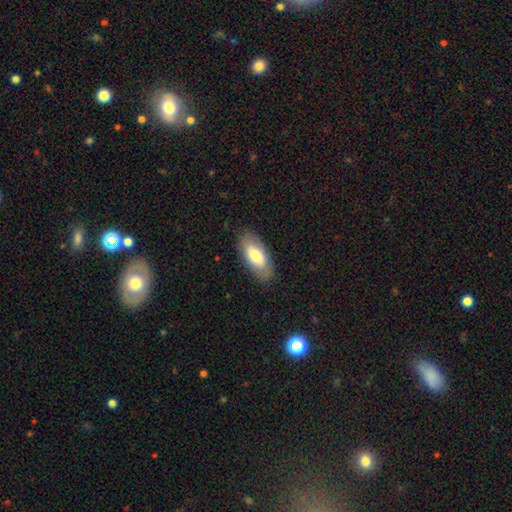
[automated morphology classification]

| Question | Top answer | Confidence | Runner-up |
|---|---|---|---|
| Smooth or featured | smooth | 76% | featured or disk (18%) |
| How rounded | in between | 90% | cigar-shaped (8%) |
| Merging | none | 85% | minor disturbance (11%) |